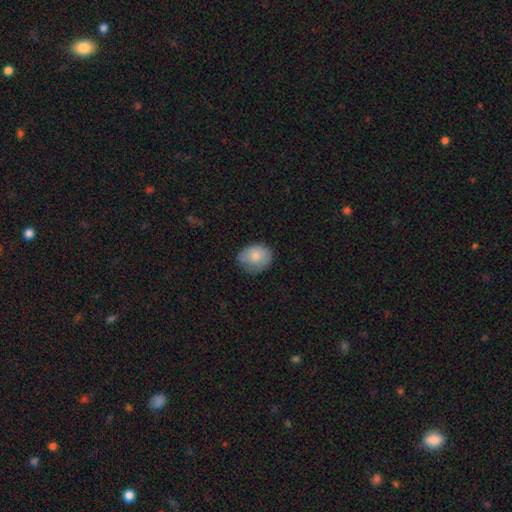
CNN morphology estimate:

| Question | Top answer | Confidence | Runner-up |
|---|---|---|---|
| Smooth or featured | smooth | 80% | featured or disk (13%) |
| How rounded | round | 53% | in between (46%) |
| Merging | none | 65% | minor disturbance (27%) |